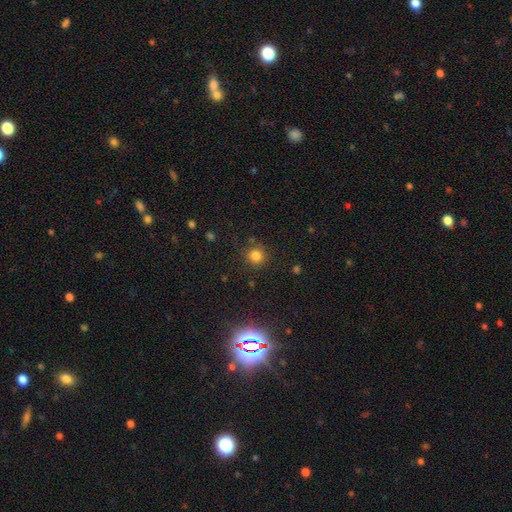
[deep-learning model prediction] Smooth or featured? Predicted: smooth (p=0.80). How rounded? Predicted: round (p=0.92). Merging? Predicted: none (p=0.84).